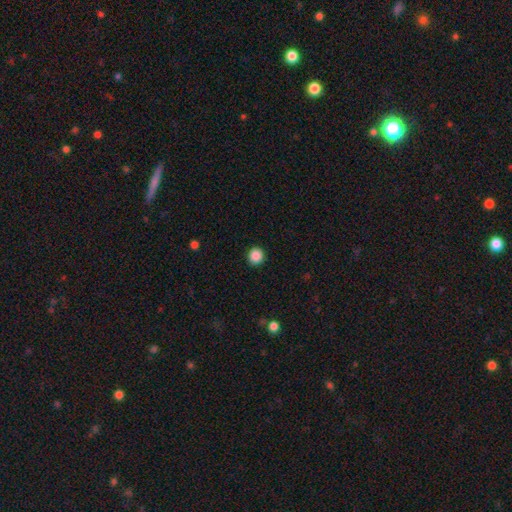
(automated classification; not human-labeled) Smooth or featured? smooth (88%)
How rounded? round (92%)
Merging? none (93%)